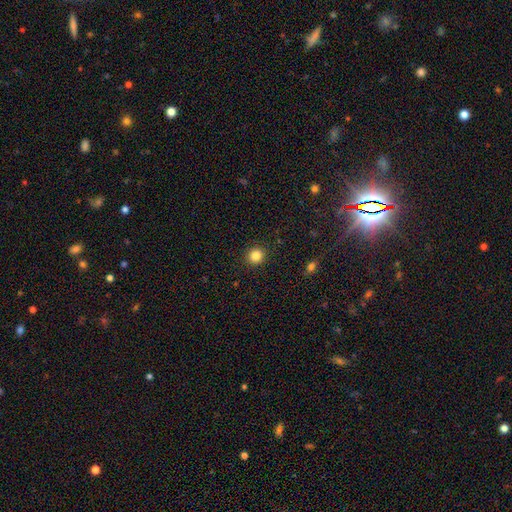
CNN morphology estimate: smooth 84%, star or artifact 11%, featured or disk 5%. Down the decision tree: how rounded — round (91%); merging — none (92%).